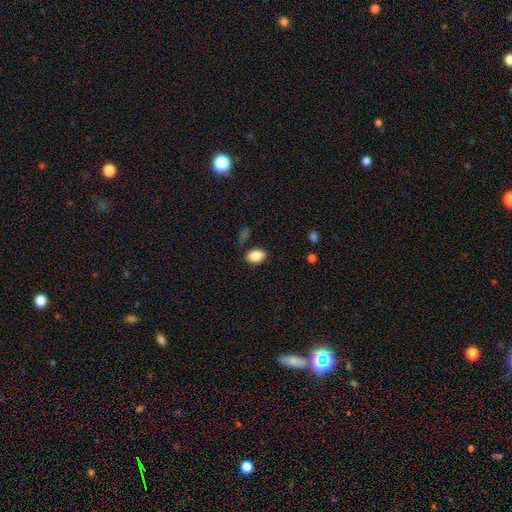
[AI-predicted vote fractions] A smooth galaxy with no disk features (88%) that is in between round and cigar-shaped (81%). Merging: none (81%).